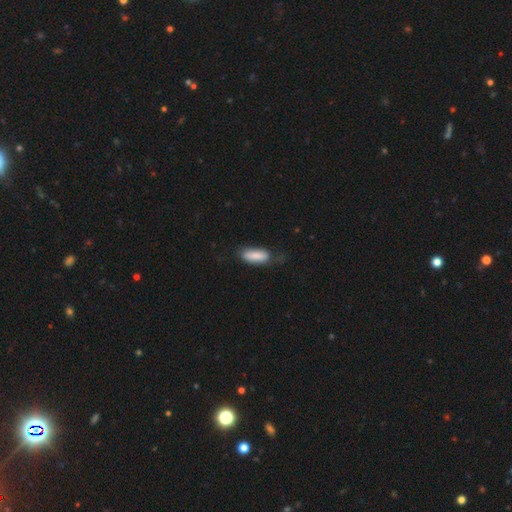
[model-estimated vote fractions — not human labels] smooth-or-featured: smooth: 82% | featured or disk: 11% | star or artifact: 6%
  how-rounded: in between: 70% | cigar-shaped: 28% | round: 2%
  merging: none: 56% | minor disturbance: 31% | major disturbance: 11% | merger: 2%